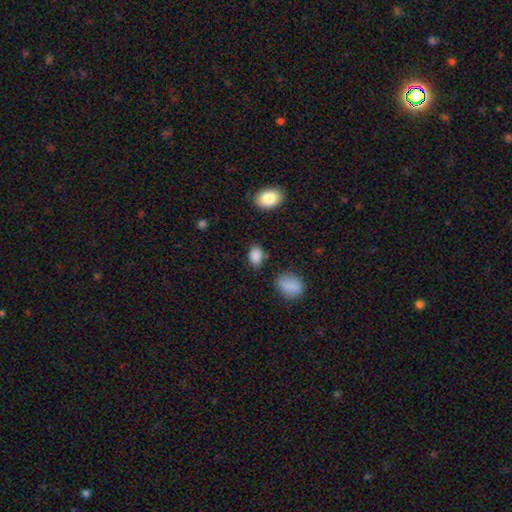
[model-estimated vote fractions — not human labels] The model was most divided on "merging": none: 77%, minor disturbance: 15%, merger: 5%, major disturbance: 4%. More confident: smooth or featured — smooth (88%); how rounded — in between (87%).